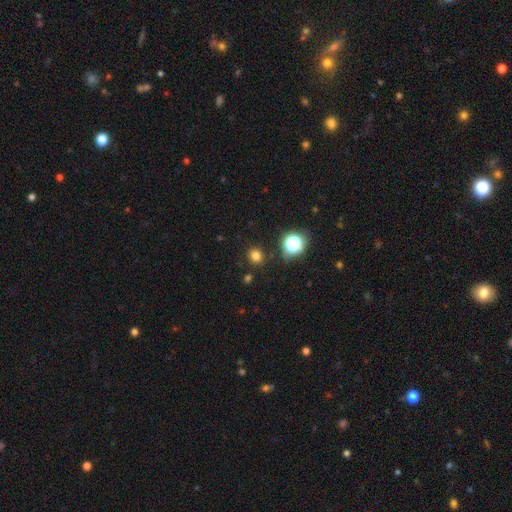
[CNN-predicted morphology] Smooth or featured? Predicted: smooth (p=0.76). How rounded? Predicted: round (p=0.84). Merging? Predicted: none (p=0.88).